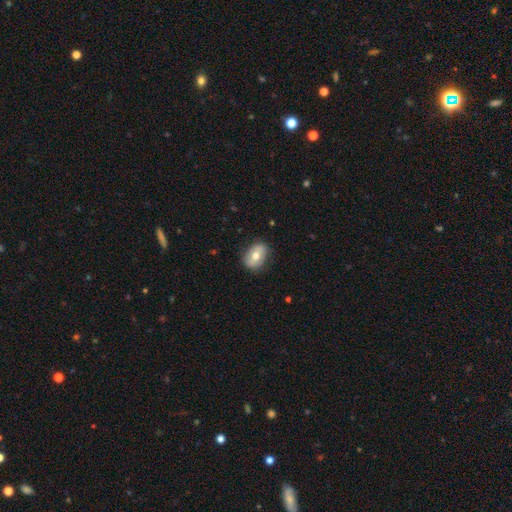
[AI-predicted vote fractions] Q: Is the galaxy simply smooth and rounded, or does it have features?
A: smooth — 60%.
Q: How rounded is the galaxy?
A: in between — 73%.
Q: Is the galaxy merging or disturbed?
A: none — 81%.